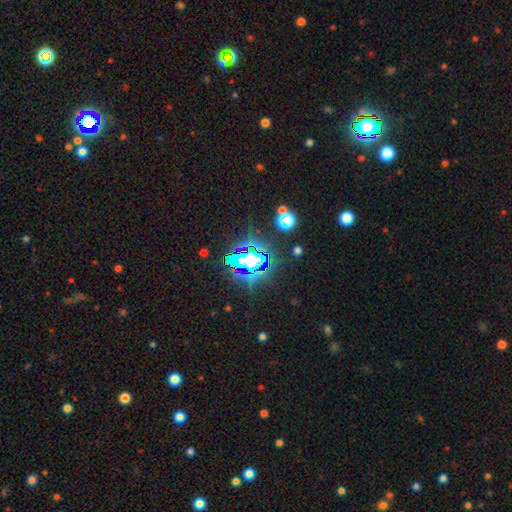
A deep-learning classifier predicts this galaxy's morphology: A star or artifact, not a galaxy (83%).